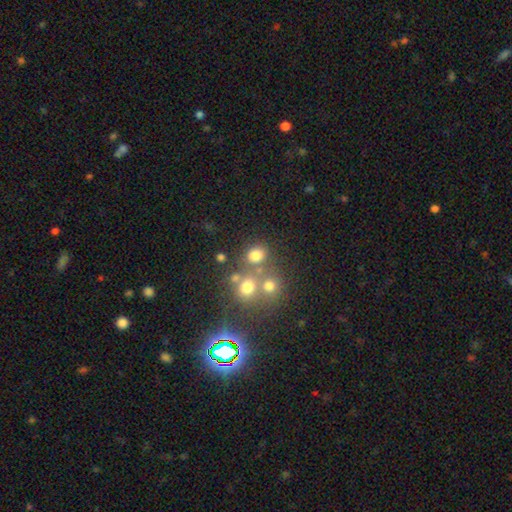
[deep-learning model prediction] Smooth or featured?
  - smooth: 74% *
  - star or artifact: 16%
  - featured or disk: 10%
How rounded?
  - round: 72% *
  - in between: 27%
  - cigar-shaped: 1%
Merging?
  - none: 61% *
  - merger: 24%
  - minor disturbance: 10%
  - major disturbance: 6%